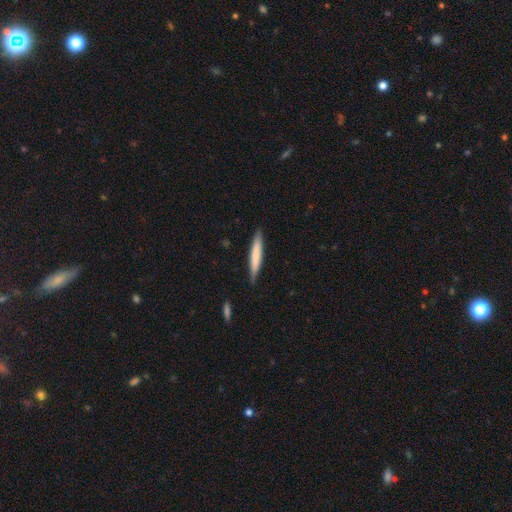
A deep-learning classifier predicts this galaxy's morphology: Overall: smooth (71%). How rounded: cigar-shaped (94%). Merging: none (86%).